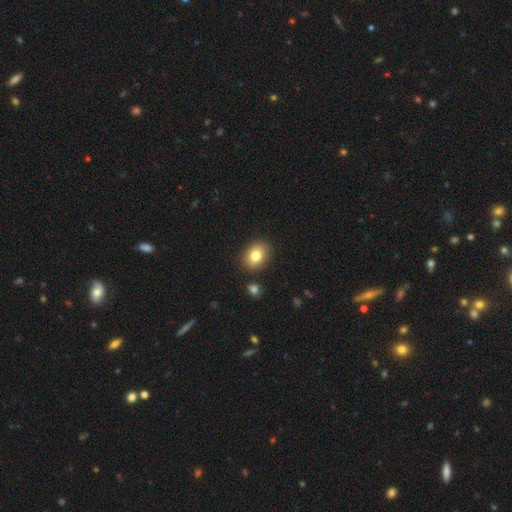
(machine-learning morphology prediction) Smooth or featured? smooth (82%)
How rounded? in between (67%)
Merging? none (86%)